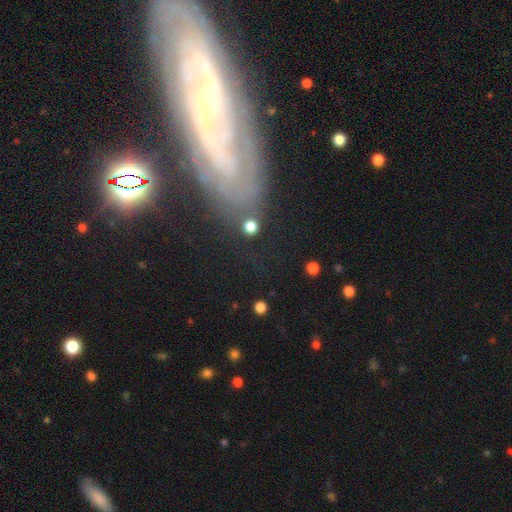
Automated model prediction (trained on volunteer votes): A featured or disk galaxy (60%) with no bar (56%), spiral arms (72%) and a small central bulge (63%). Merging: none (62%).